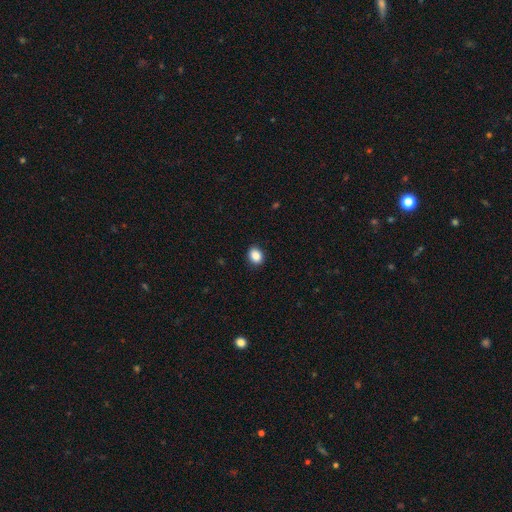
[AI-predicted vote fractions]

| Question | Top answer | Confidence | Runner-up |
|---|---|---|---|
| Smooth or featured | smooth | 87% | star or artifact (9%) |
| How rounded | in between | 51% | round (48%) |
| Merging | none | 90% | minor disturbance (7%) |